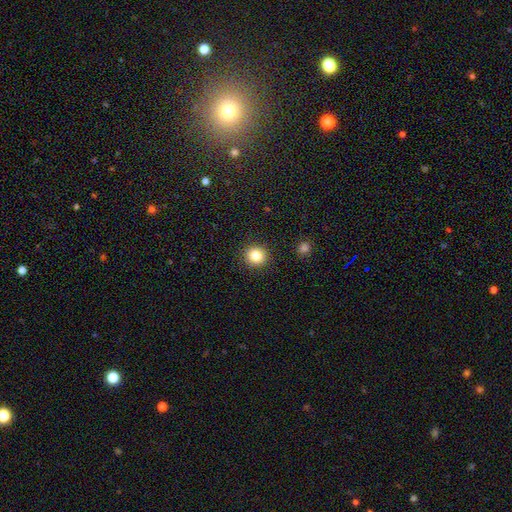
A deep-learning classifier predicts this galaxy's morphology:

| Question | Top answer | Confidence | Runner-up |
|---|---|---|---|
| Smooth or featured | smooth | 83% | star or artifact (11%) |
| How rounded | round | 89% | in between (10%) |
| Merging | none | 91% | minor disturbance (6%) |